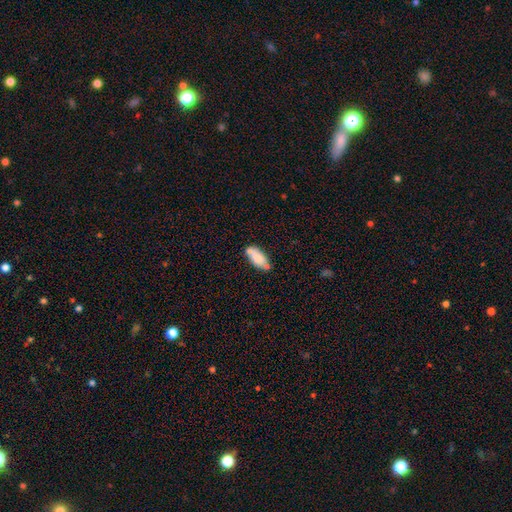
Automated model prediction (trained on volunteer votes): This is likely a smooth galaxy (75%). How rounded: clearly in between (82%). Merging: possibly none (57%).